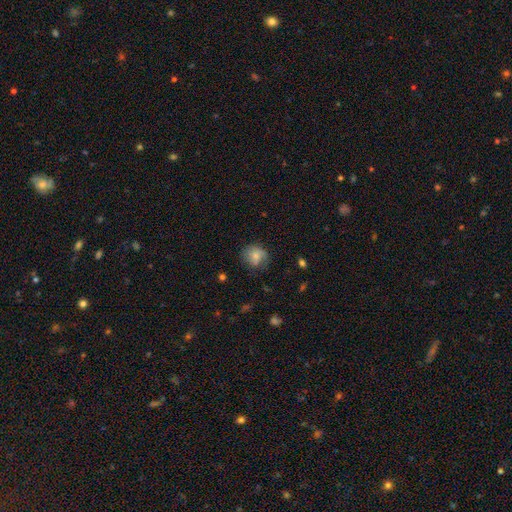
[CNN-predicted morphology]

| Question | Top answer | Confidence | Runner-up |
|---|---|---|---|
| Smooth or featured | smooth | 65% | featured or disk (26%) |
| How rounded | round | 72% | in between (27%) |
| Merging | none | 62% | minor disturbance (25%) |